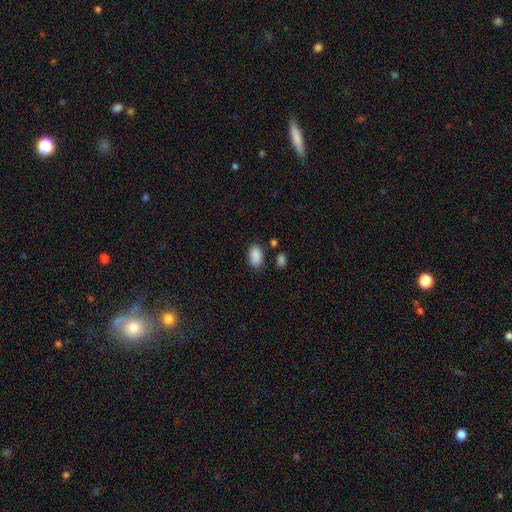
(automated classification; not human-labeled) Overall: smooth (89%). How rounded: in between (93%). Merging: none (80%).